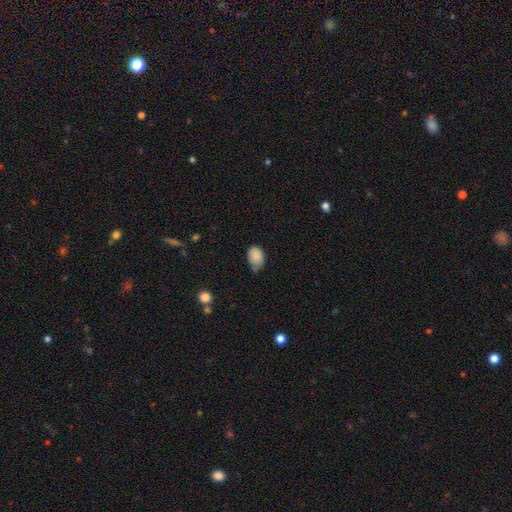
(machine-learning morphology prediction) Q: Smooth or featured?
A: smooth (87%); runner-up: star or artifact (8%)
Q: How rounded?
A: in between (73%); runner-up: round (26%)
Q: Merging?
A: minor disturbance (47%); runner-up: none (41%)